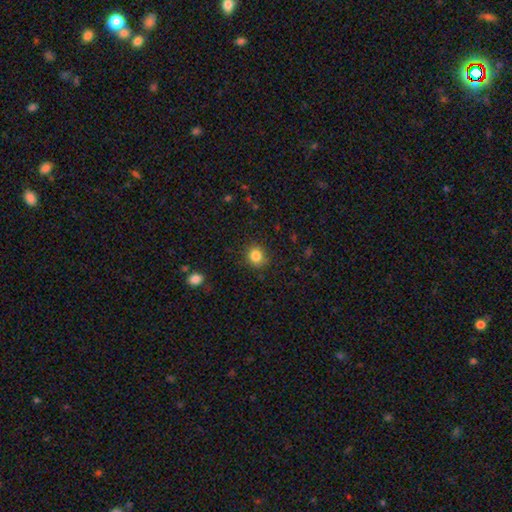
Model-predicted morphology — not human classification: This is clearly a smooth galaxy (84%). How rounded: clearly round (81%). Merging: clearly none (86%).